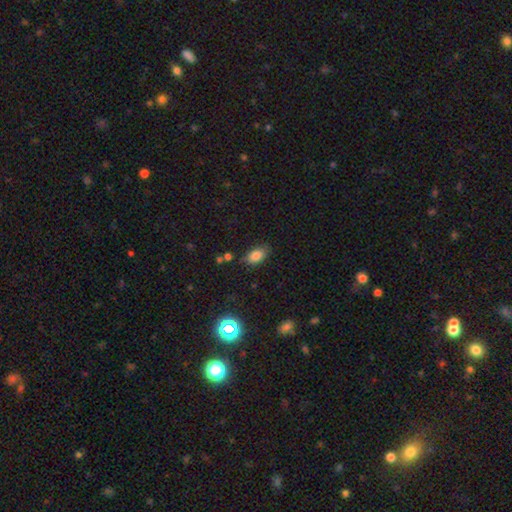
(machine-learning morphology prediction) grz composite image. It shows a smooth galaxy with no disk features (81%) that is in between round and cigar-shaped (89%). Merging: none (77%).